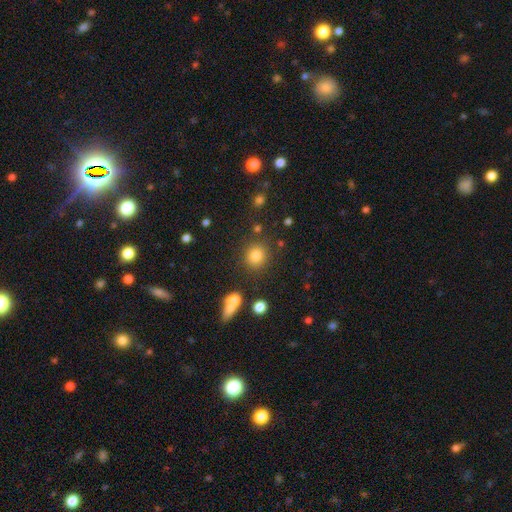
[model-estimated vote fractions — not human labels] The model was most divided on "smooth or featured": smooth: 80%, star or artifact: 13%, featured or disk: 7%. More confident: how rounded — round (86%); merging — none (83%).